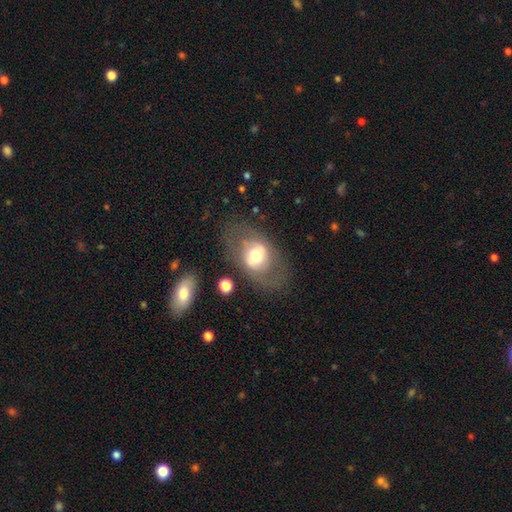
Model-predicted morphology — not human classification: A featured or disk galaxy (47%). Merging: none (70%).